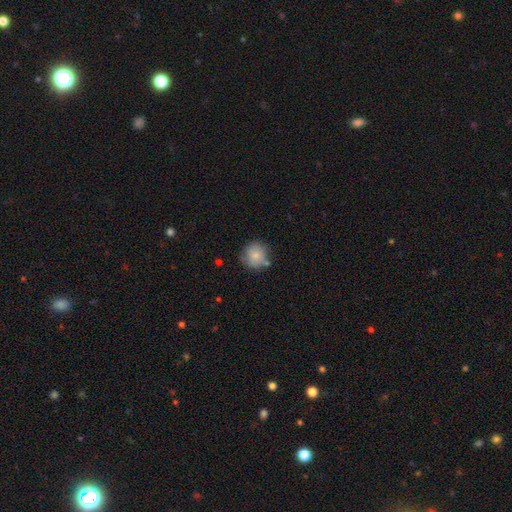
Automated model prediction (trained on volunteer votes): This is clearly a smooth galaxy (81%). How rounded: clearly round (91%). Merging: likely none (68%).